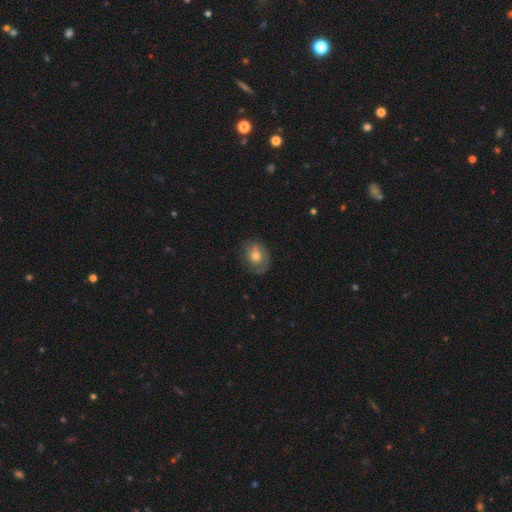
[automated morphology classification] This appears to be a smooth galaxy with no disk features (58%) that is round (50%). Merging: none (66%).